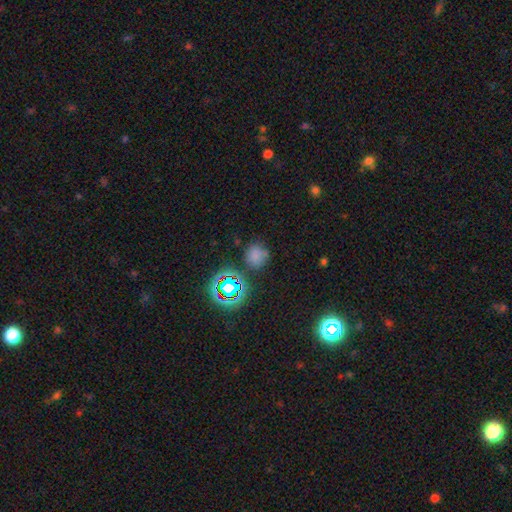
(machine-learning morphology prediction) This appears to be a smooth galaxy with no disk features (67%) that is round (82%). Merging: none (73%).